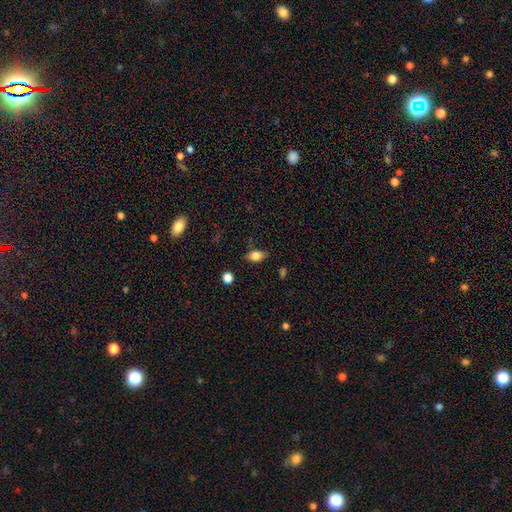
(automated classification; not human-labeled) The model was most divided on "merging": none: 80%, minor disturbance: 15%, major disturbance: 3%, merger: 2%. More confident: how rounded — in between (82%); smooth or featured — smooth (79%).